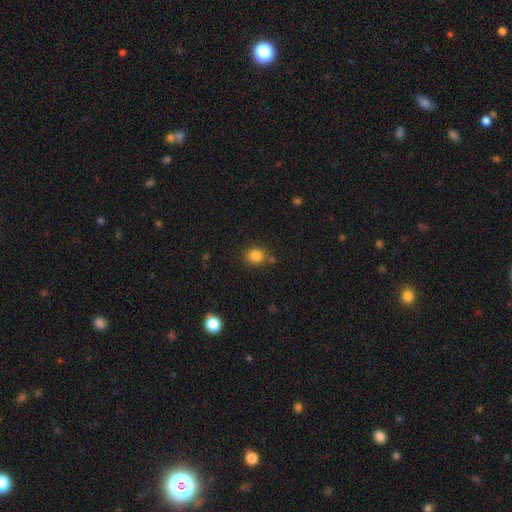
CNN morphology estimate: The model was most divided on "how rounded": round: 65%, in between: 34%, cigar-shaped: 1%. More confident: smooth or featured — smooth (83%); merging — none (75%).